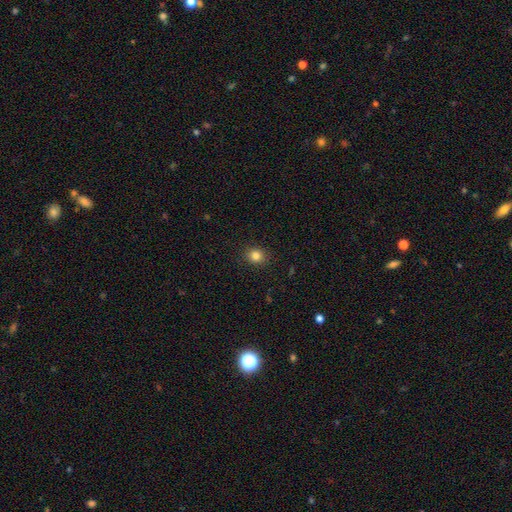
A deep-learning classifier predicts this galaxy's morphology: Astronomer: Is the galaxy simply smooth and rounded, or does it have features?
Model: smooth — 83%.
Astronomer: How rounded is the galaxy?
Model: round — 73%.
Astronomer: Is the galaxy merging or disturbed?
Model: none — 90%.